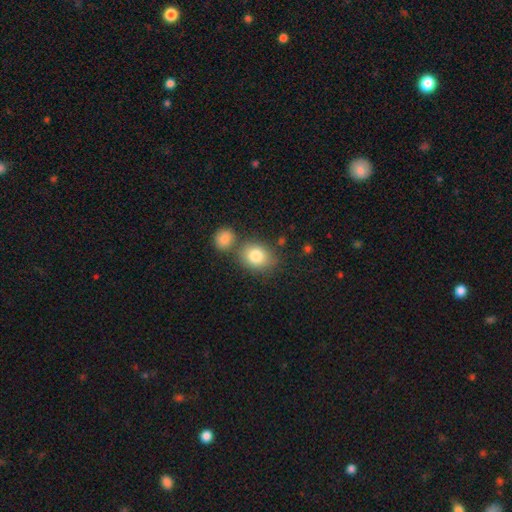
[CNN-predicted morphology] Smooth or featured: smooth — 83% (featured or disk — 9%)
How rounded: round — 52% (in between — 46%)
Merging: none — 60% (merger — 23%)